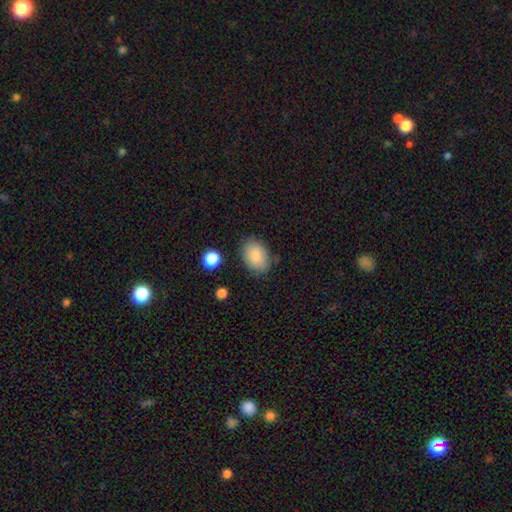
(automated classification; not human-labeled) A smooth galaxy with no disk features (86%) that is in between round and cigar-shaped (82%).

Vote fractions:
- Smooth or featured? smooth: 86% / star or artifact: 8% / featured or disk: 6%
- How rounded? in between: 82% / round: 16% / cigar-shaped: 1%
- Merging? none: 80% / minor disturbance: 15% / major disturbance: 4% / merger: 2%